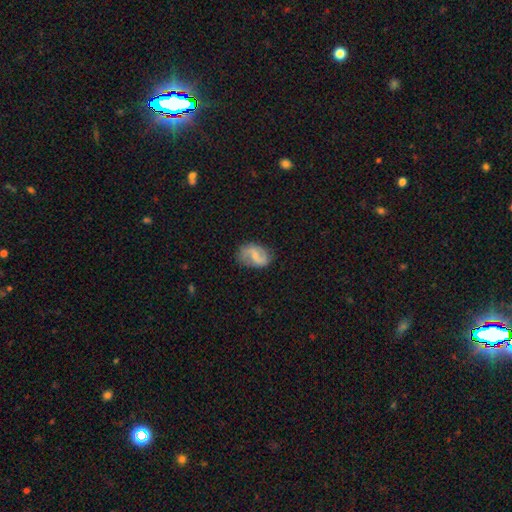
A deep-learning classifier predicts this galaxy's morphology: Smooth or featured?
  - featured or disk: 70% *
  - smooth: 23%
  - star or artifact: 6%
Edge-on disk?
  - no: 98% *
  - yes: 2%
Bar?
  - weak: 55% *
  - no: 28%
  - strong: 17%
Spiral arms?
  - yes: 93% *
  - no: 7%
Spiral winding?
  - loose: 49% *
  - medium: 39%
  - tight: 12%
Spiral arm count?
  - 2: 89% *
  - can't tell: 5%
  - 1: 4%
  - 3: 1%
  - 4: 1%
  - more than 4: 1%
Bulge size?
  - small: 46% *
  - none: 26%
  - moderate: 25%
  - large: 2%
  - dominant: 1%
Merging?
  - none: 75% *
  - minor disturbance: 18%
  - major disturbance: 6%
  - merger: 1%